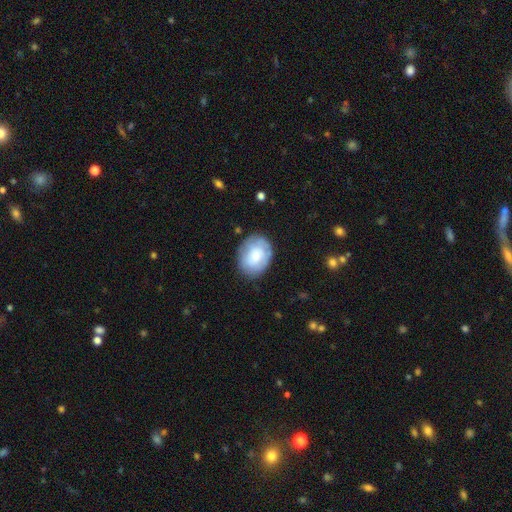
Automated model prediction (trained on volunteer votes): Morphology: type=smooth (66%); roundness=in between (62%); merging=none (77%).